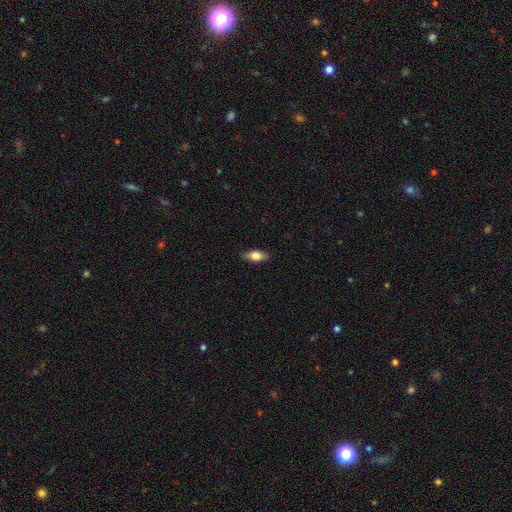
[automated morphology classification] This appears to be a smooth galaxy with no disk features (74%) that is in between round and cigar-shaped (83%). Merging: none (86%).